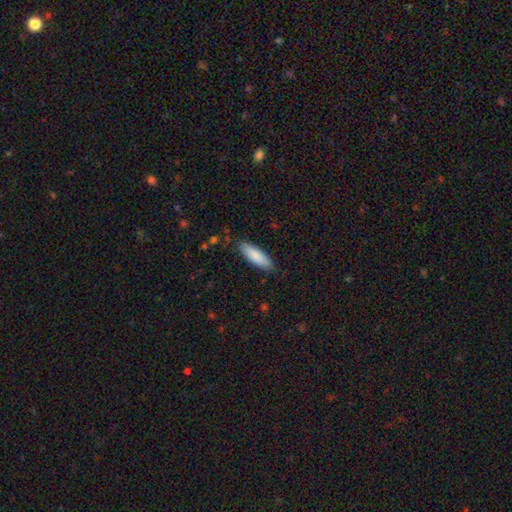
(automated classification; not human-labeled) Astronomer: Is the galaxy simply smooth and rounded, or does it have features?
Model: smooth — 86%.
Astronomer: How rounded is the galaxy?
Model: cigar-shaped — 51% (runner-up: in between, 48%).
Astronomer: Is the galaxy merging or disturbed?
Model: none — 85%.